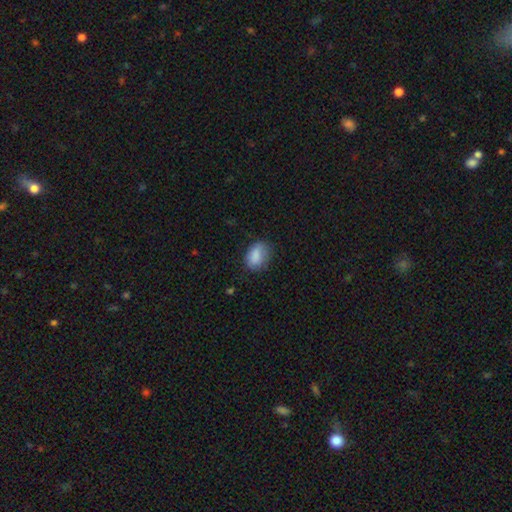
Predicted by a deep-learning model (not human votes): Smooth or featured? smooth (86%)
How rounded? in between (78%)
Merging? none (66%)